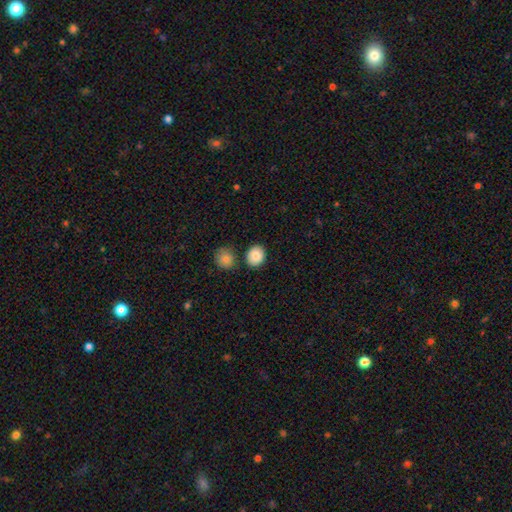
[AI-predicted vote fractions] A smooth galaxy with no disk features (86%) that is round (65%). Merging: none (81%).